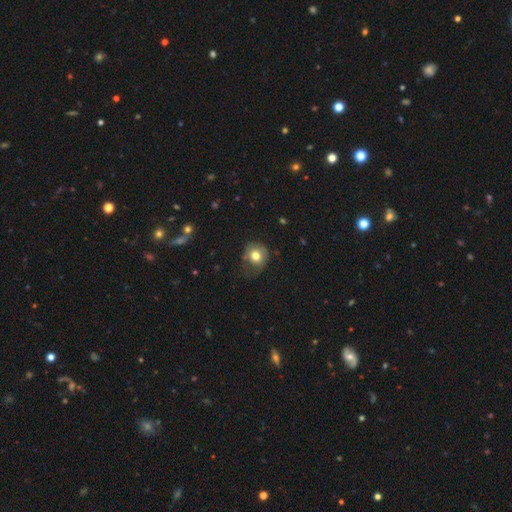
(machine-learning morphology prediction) Overall: smooth (73%). How rounded: round (73%). Merging: none (52%; minor disturbance 30%).